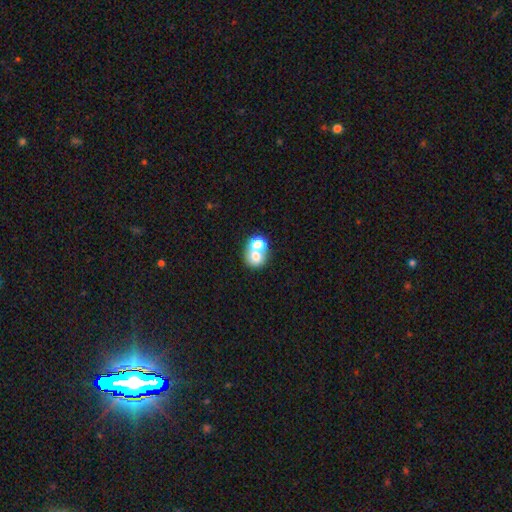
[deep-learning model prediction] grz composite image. It shows a smooth galaxy with no disk features (69%) that is round (71%). Merging: merger (65%).